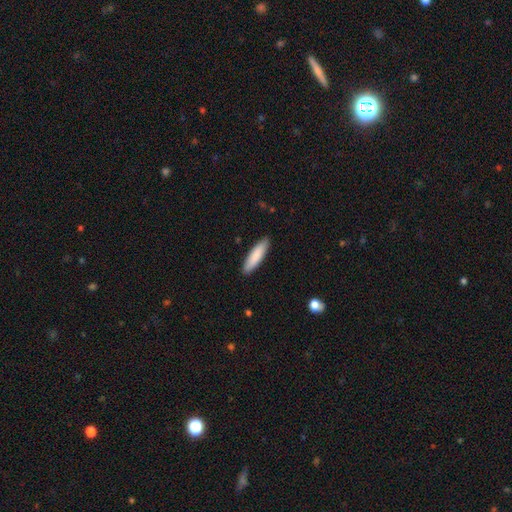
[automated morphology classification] smooth 86%, featured or disk 9%, star or artifact 5%. Down the decision tree: how rounded — cigar-shaped (71%); merging — none (89%).